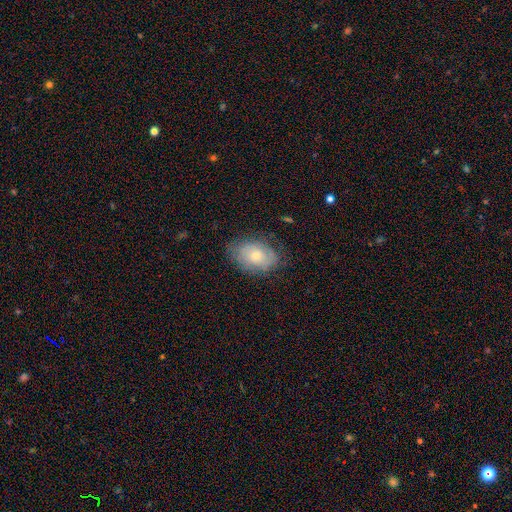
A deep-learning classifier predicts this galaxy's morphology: A smooth galaxy with no disk features (53%) that is in between round and cigar-shaped (81%).

Vote fractions:
- Smooth or featured? smooth: 53% / featured or disk: 40% / star or artifact: 8%
- How rounded? in between: 81% / round: 17% / cigar-shaped: 1%
- Merging? none: 69% / minor disturbance: 22% / major disturbance: 7% / merger: 1%